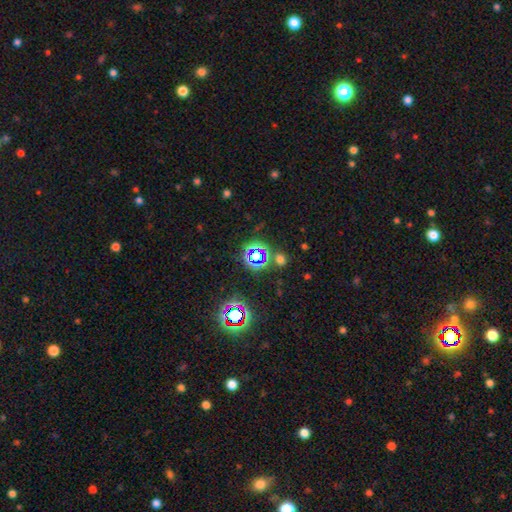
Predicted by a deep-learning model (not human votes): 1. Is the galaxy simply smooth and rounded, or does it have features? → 67% star or artifact, 24% smooth, 9% featured or disk.